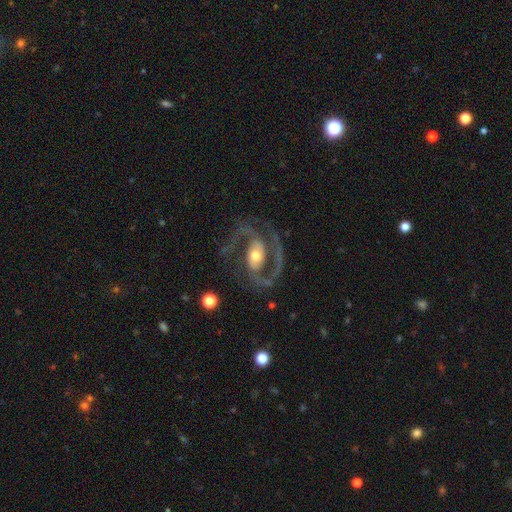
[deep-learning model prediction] smooth-or-featured: featured or disk: 92% | smooth: 4% | star or artifact: 4%
  disk-edge-on: no: 98% | yes: 2%
    bar: no: 42% | weak: 36% | strong: 22%
    has-spiral-arms: yes: 97% | no: 3%
      spiral-winding: medium: 62% | loose: 22% | tight: 16%
      spiral-arm-count: 2: 87% | 3: 5% | can't tell: 2% | 1: 2% | 4: 2% | more than 4: 1%
    bulge-size: moderate: 69% | small: 18% | large: 11% | dominant: 1% | none: 1%
  merging: none: 70% | minor disturbance: 14% | major disturbance: 13% | merger: 2%